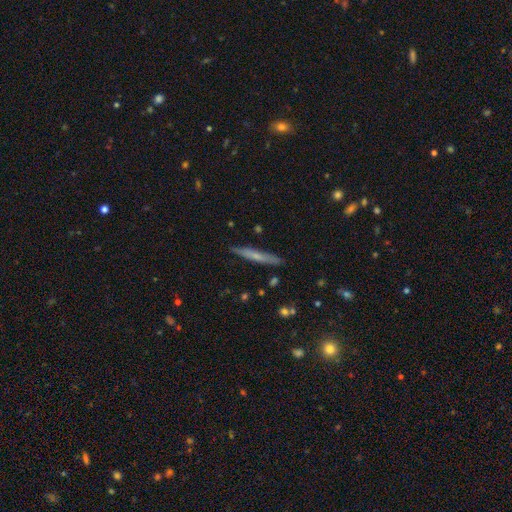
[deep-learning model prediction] A smooth galaxy with no disk features (48%). Merging: none (86%).